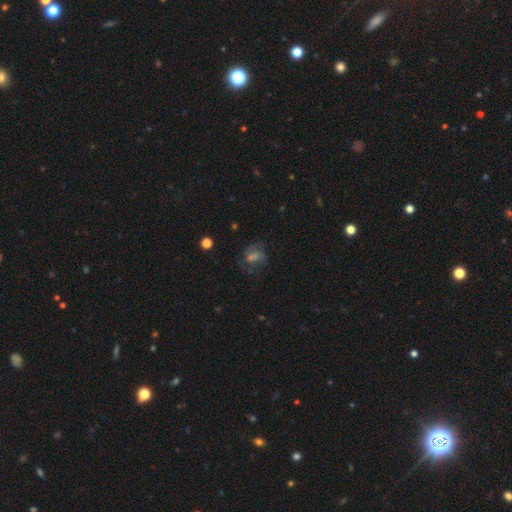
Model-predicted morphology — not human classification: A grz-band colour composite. It shows a featured or disk galaxy (43%). Merging: none (65%).